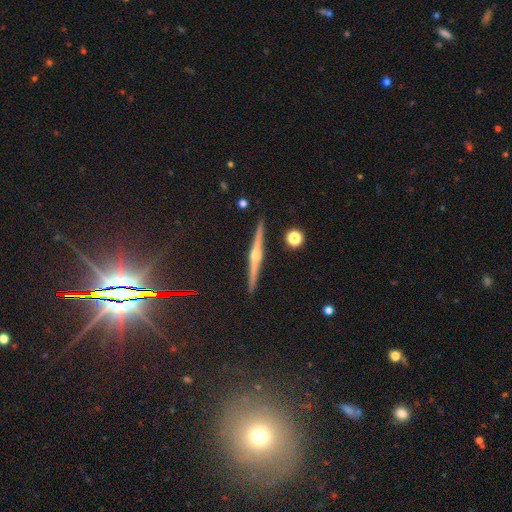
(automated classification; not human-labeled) featured or disk 78%, star or artifact 12%, smooth 11%. Down the decision tree: edge-on disk — yes (98%); edge-on bulge — rounded (89%); merging — none (93%).